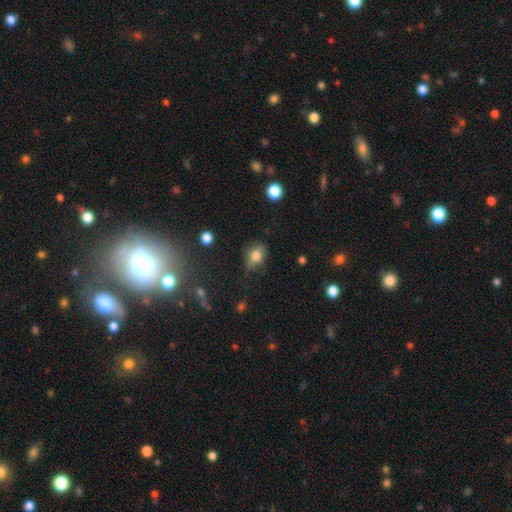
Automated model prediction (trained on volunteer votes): This is likely a smooth galaxy (76%). How rounded: likely in between (62%). Merging: possibly none (59%).